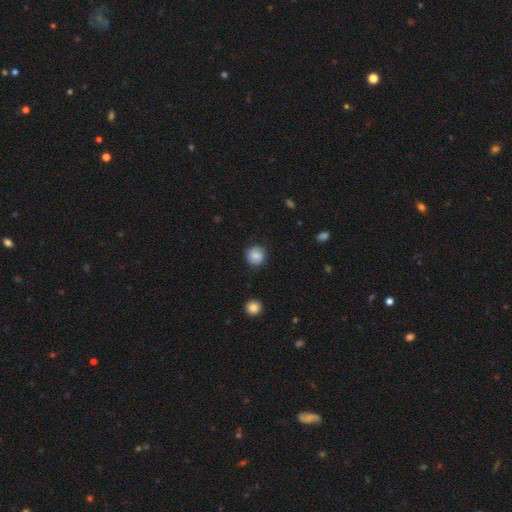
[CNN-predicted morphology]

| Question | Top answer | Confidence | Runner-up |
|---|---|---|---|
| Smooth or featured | smooth | 80% | featured or disk (12%) |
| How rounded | round | 90% | in between (9%) |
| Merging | none | 84% | minor disturbance (12%) |